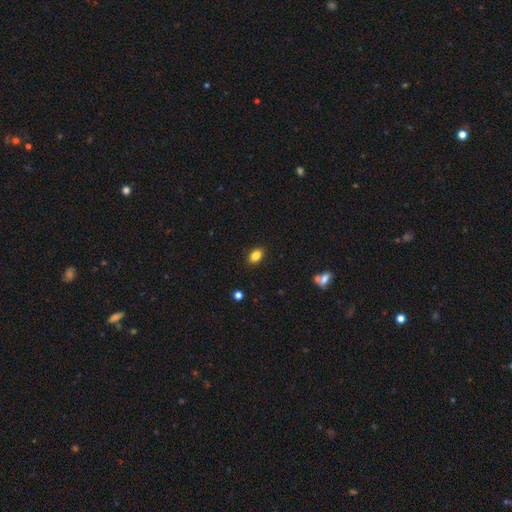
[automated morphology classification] This is clearly a smooth galaxy (85%). How rounded: clearly in between (84%). Merging: clearly none (88%).